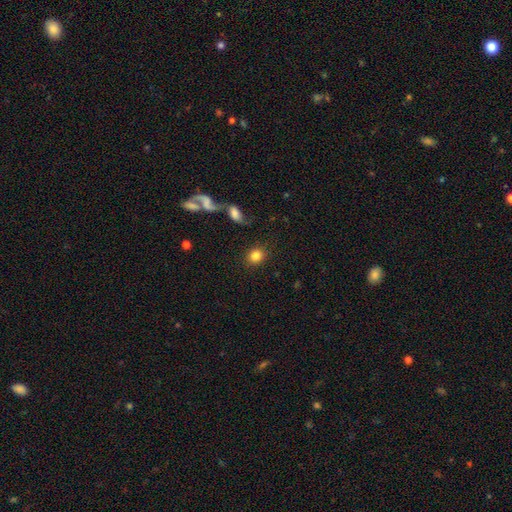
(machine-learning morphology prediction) type=smooth (83%); roundness=round (68%); merging=none (84%).